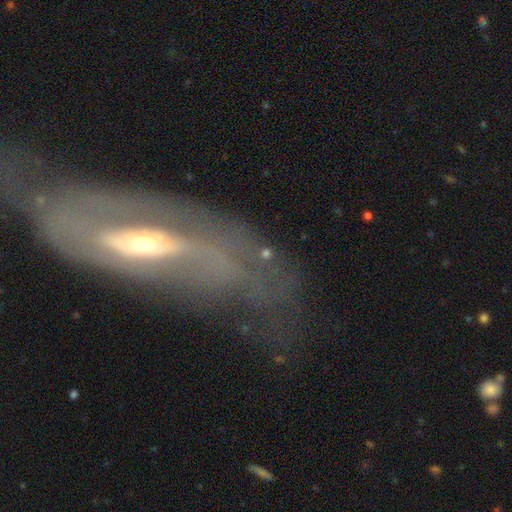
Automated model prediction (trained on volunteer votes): smooth-or-featured: featured or disk: 80% | smooth: 13% | star or artifact: 7%
  disk-edge-on: no: 84% | yes: 16%
    bar: no: 37% | weak: 33% | strong: 31%
    has-spiral-arms: yes: 72% | no: 28%
    bulge-size: small: 58% | moderate: 37% | large: 3% | none: 1% | dominant: 1%
  merging: none: 48% | major disturbance: 26% | minor disturbance: 20% | merger: 6%